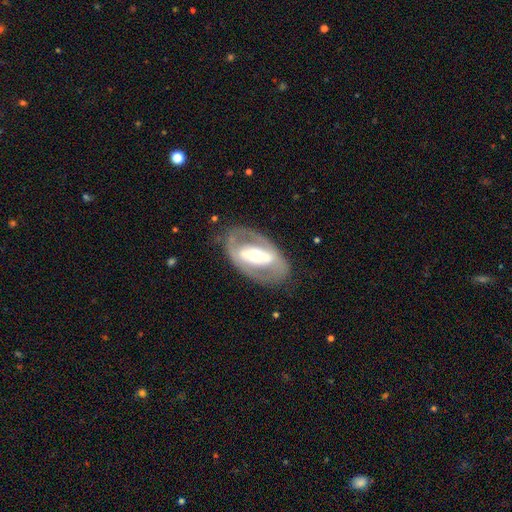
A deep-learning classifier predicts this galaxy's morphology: The model was most divided on "spiral arms": no: 58%, yes: 42%. More confident: edge-on disk — no (92%); smooth or featured — featured or disk (75%); merging — none (75%); bulge size — moderate (60%); bar — strong (50%).